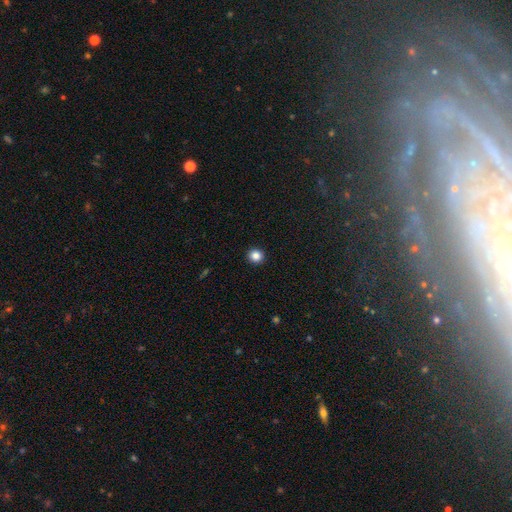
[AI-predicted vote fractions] Morphology: type=smooth (85%); roundness=round (92%); merging=none (93%).